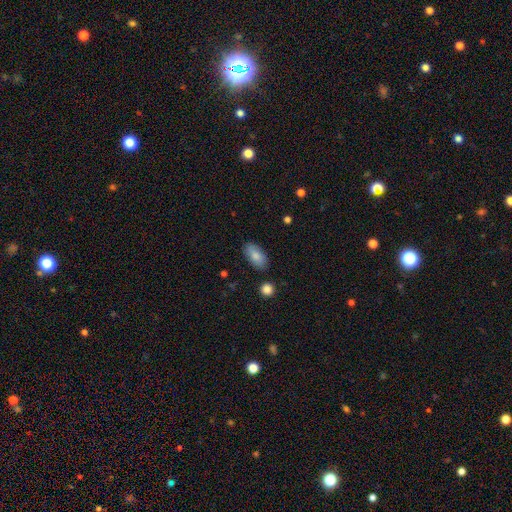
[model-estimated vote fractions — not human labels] smooth 81%, featured or disk 13%, star or artifact 6%. Down the decision tree: how rounded — in between (91%); merging — none (84%).